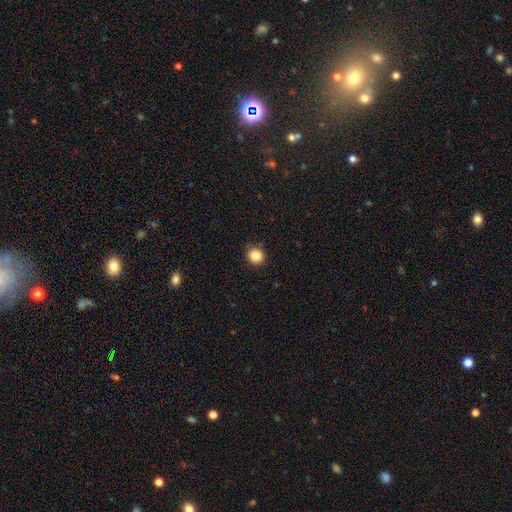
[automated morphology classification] A smooth galaxy with no disk features (85%) that is round (88%). Merging: none (84%).